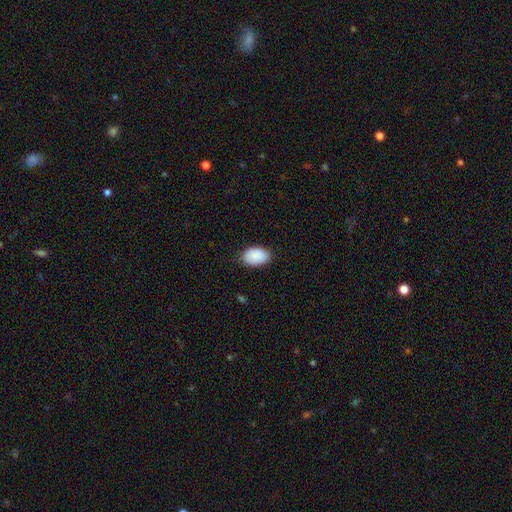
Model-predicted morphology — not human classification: Smooth or featured? smooth (90%)
How rounded? in between (92%)
Merging? none (82%)